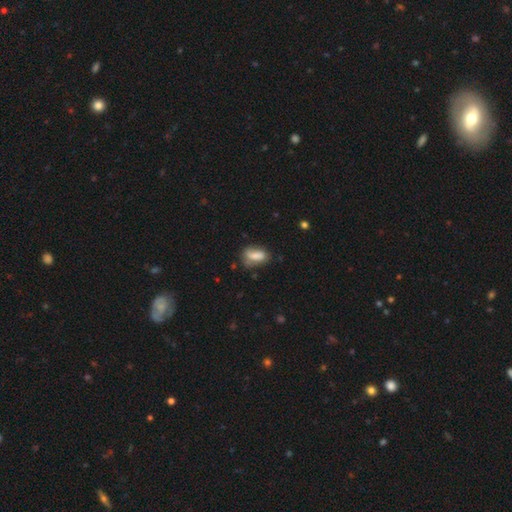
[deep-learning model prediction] Q: Smooth or featured?
A: smooth (75%); runner-up: featured or disk (16%)
Q: How rounded?
A: in between (82%); runner-up: cigar-shaped (12%)
Q: Merging?
A: none (53%); runner-up: minor disturbance (31%)